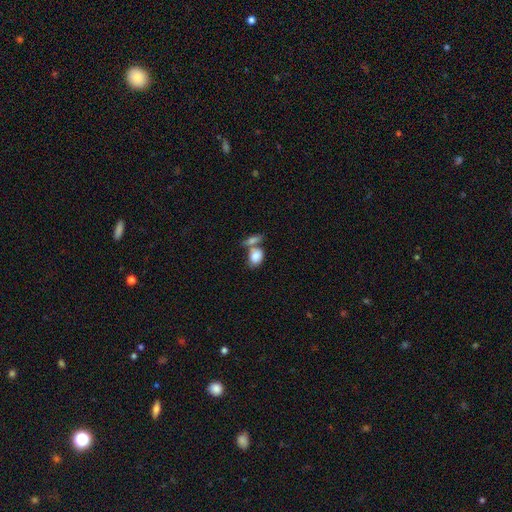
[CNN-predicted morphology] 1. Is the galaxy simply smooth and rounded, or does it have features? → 83% smooth, 10% featured or disk, 7% star or artifact.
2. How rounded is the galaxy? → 77% in between, 20% round, 2% cigar-shaped.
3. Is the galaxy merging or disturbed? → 47% merger, 37% none, 11% minor disturbance, 5% major disturbance.